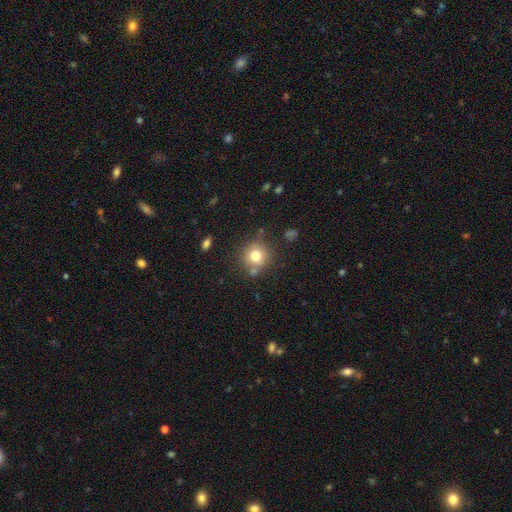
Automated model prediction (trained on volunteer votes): Smooth or featured? smooth (76%)
How rounded? round (90%)
Merging? none (74%)